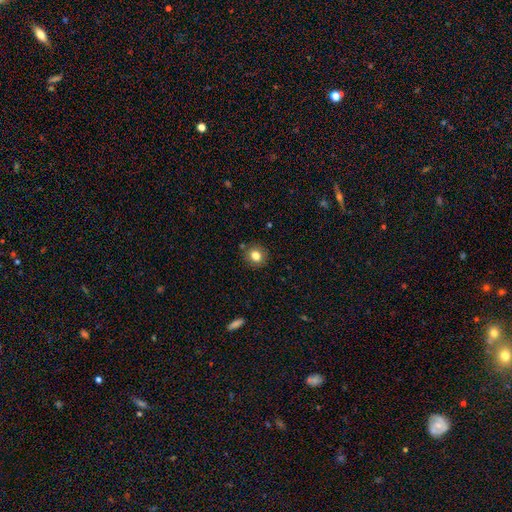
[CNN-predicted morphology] Overall: smooth (80%). How rounded: round (83%). Merging: none (85%).